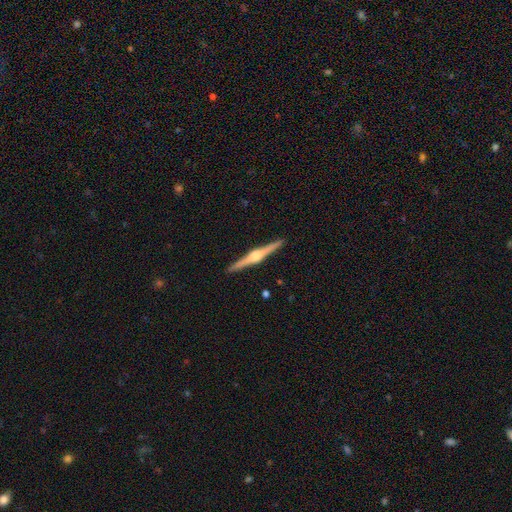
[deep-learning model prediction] featured or disk 84%, smooth 11%, star or artifact 5%. Down the decision tree: edge-on disk — yes (99%); edge-on bulge — rounded (92%); merging — none (93%).